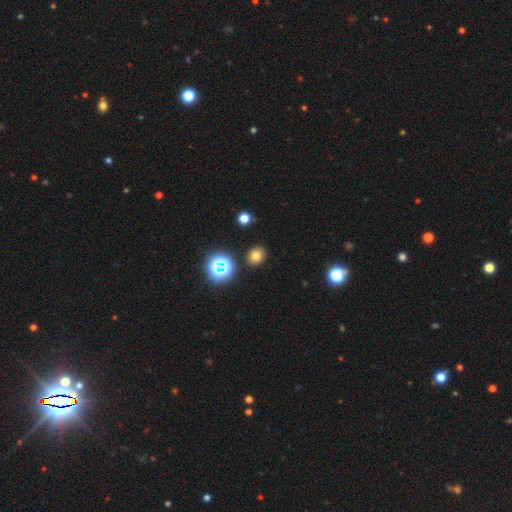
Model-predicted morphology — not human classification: smooth 70%, star or artifact 21%, featured or disk 9%. Down the decision tree: how rounded — round (60%); merging — none (88%).